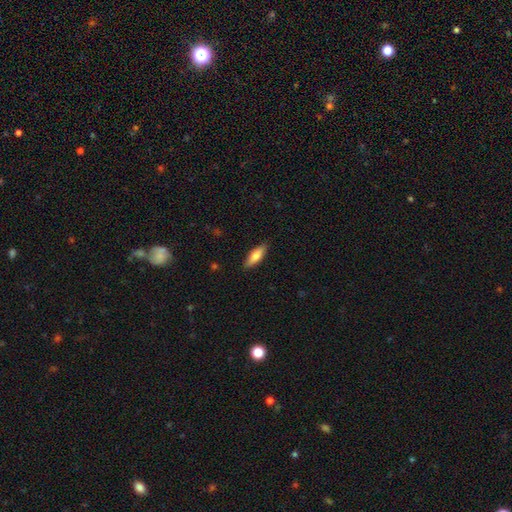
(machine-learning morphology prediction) Q: Smooth or featured?
A: smooth (75%); runner-up: featured or disk (19%)
Q: How rounded?
A: in between (53%); runner-up: cigar-shaped (45%)
Q: Merging?
A: none (88%); runner-up: minor disturbance (9%)